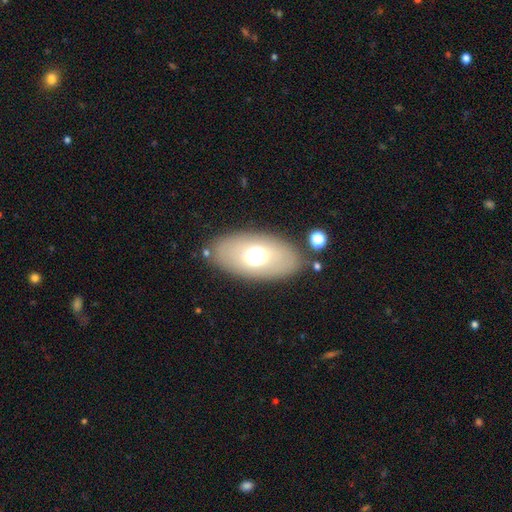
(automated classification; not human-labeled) smooth-or-featured: smooth: 62% | featured or disk: 28% | star or artifact: 10%
  how-rounded: in between: 89% | round: 9% | cigar-shaped: 2%
  merging: none: 81% | minor disturbance: 10% | major disturbance: 5% | merger: 4%